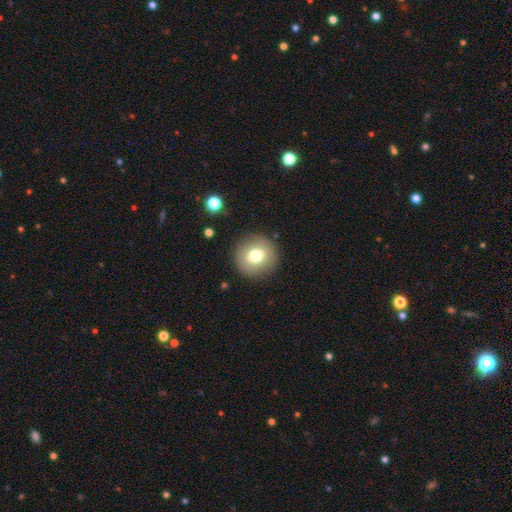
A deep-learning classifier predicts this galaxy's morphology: This is likely a smooth galaxy (76%). How rounded: clearly round (94%). Merging: clearly none (90%).